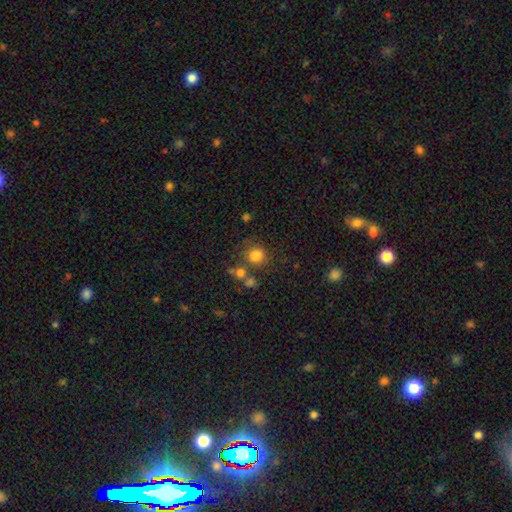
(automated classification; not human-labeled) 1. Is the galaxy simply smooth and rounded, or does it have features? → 79% smooth, 13% star or artifact, 8% featured or disk.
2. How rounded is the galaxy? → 86% round, 13% in between, 1% cigar-shaped.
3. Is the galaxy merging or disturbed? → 64% none, 18% merger, 12% minor disturbance, 6% major disturbance.